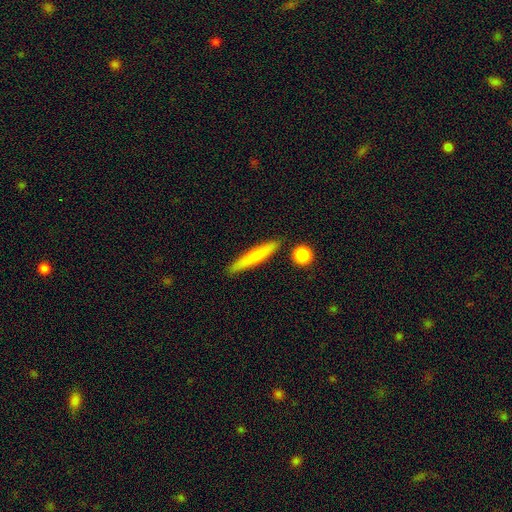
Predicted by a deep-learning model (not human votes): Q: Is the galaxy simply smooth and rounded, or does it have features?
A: smooth — 70%.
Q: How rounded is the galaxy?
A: cigar-shaped — 94%.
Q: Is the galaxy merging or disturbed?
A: none — 87%.